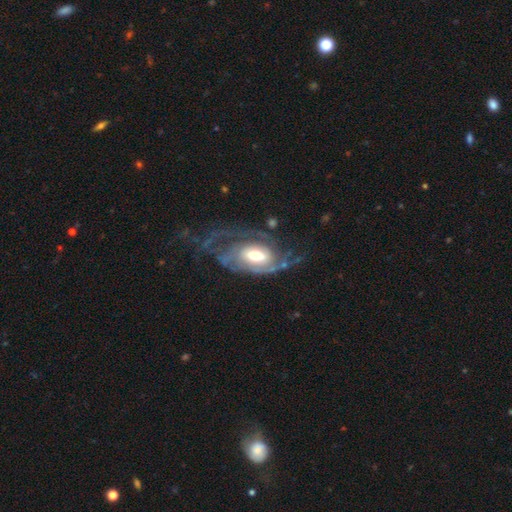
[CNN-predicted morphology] smooth-or-featured: featured or disk: 82% | smooth: 12% | star or artifact: 5%
  disk-edge-on: no: 96% | yes: 4%
    bar: no: 42% | weak: 40% | strong: 19%
    has-spiral-arms: yes: 90% | no: 10%
      spiral-winding: medium: 42% | tight: 31% | loose: 27%
      spiral-arm-count: 2: 57% | can't tell: 17% | 3: 10% | 1: 9% | 4: 3% | more than 4: 3%
    bulge-size: moderate: 61% | large: 22% | small: 13% | dominant: 2% | none: 1%
  merging: none: 44% | major disturbance: 34% | minor disturbance: 19% | merger: 3%